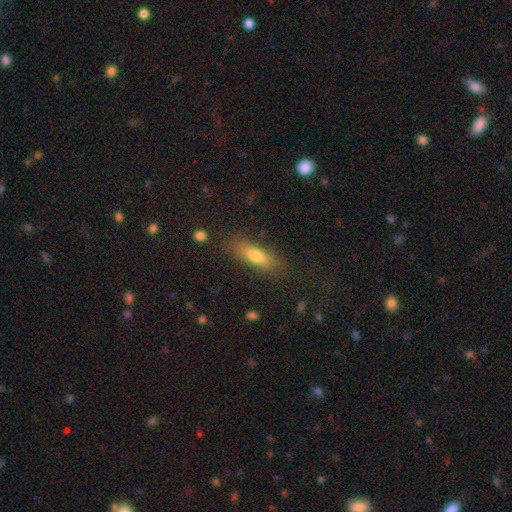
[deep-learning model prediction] Smooth or featured? Predicted: smooth (p=0.70). How rounded? Predicted: in between (p=0.51). Merging? Predicted: none (p=0.81).